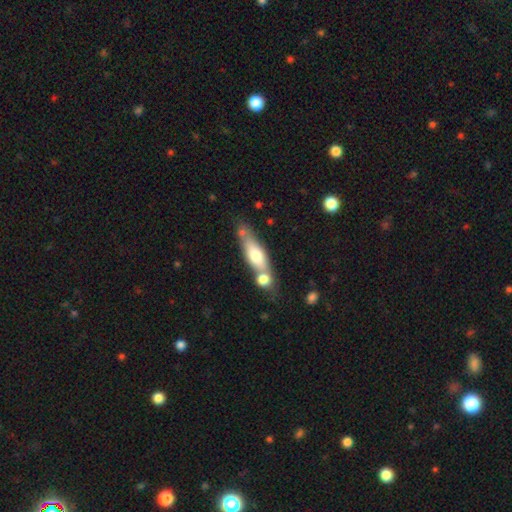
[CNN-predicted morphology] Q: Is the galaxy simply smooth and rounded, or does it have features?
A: smooth — 61%.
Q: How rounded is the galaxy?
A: cigar-shaped — 49%.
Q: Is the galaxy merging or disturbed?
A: merger — 42%.